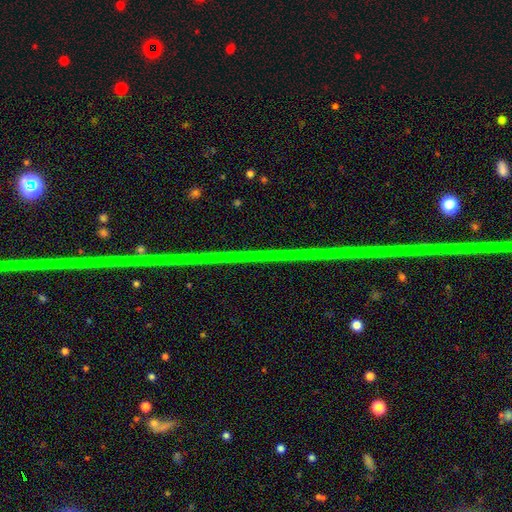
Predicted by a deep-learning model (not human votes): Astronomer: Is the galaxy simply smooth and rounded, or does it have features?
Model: star or artifact — 86%.